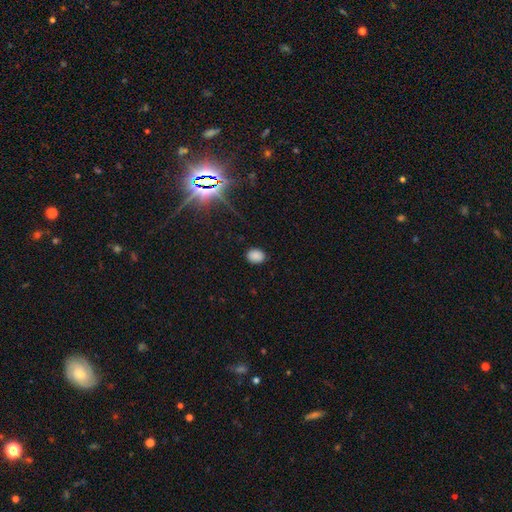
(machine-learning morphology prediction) A smooth galaxy with no disk features (83%) that is in between round and cigar-shaped (63%).

Vote fractions:
- Smooth or featured? smooth: 83% / star or artifact: 13% / featured or disk: 4%
- How rounded? in between: 63% / round: 36% / cigar-shaped: 1%
- Merging? none: 86% / minor disturbance: 10% / major disturbance: 3% / merger: 1%